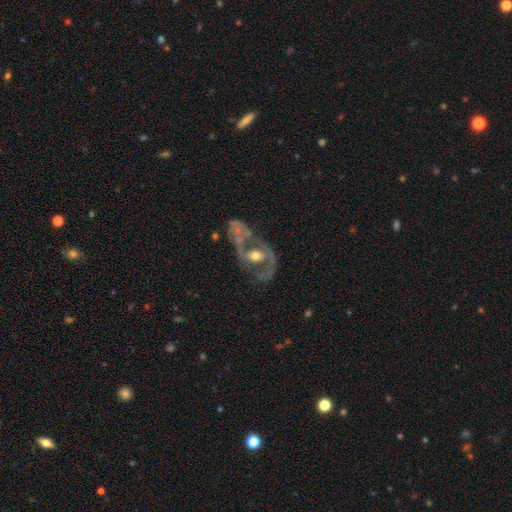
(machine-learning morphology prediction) Q: Smooth or featured?
A: featured or disk (74%); runner-up: smooth (19%)
Q: Edge-on disk?
A: no (96%); runner-up: yes (4%)
Q: Bar?
A: no (61%); runner-up: weak (26%)
Q: Spiral arms?
A: yes (54%); runner-up: no (46%)
Q: Bulge size?
A: moderate (69%); runner-up: small (17%)
Q: Merging?
A: none (33%); runner-up: major disturbance (26%)